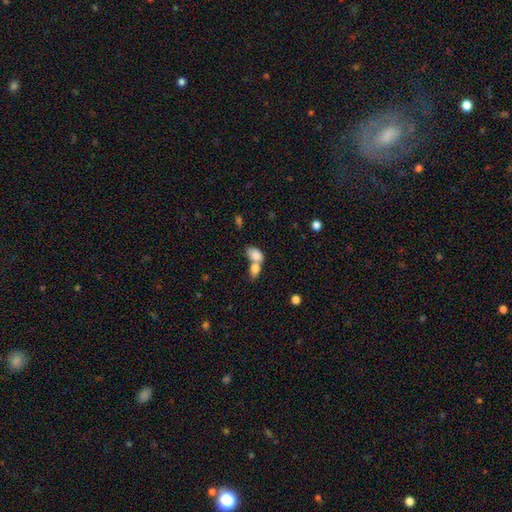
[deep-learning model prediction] Smooth or featured? smooth (82%)
How rounded? in between (87%)
Merging? merger (67%)